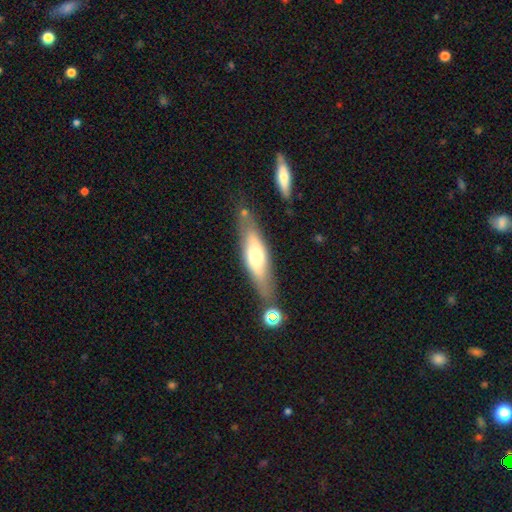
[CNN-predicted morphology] Q: Smooth or featured?
A: smooth (49%); runner-up: featured or disk (45%)
Q: Merging?
A: none (71%); runner-up: minor disturbance (17%)